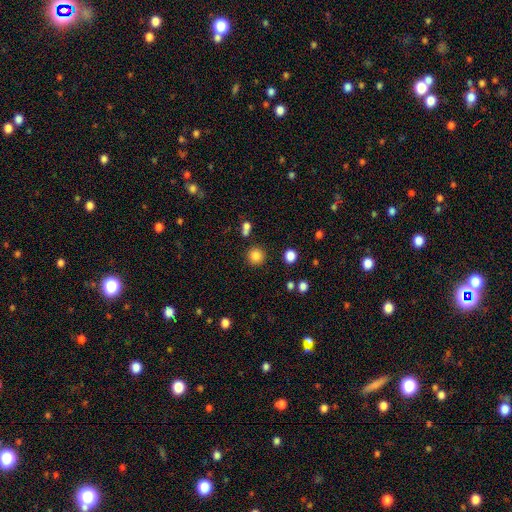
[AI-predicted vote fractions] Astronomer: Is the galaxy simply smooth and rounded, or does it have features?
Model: smooth — 84%.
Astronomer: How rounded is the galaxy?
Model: round — 93%.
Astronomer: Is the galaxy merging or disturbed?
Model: none — 85%.